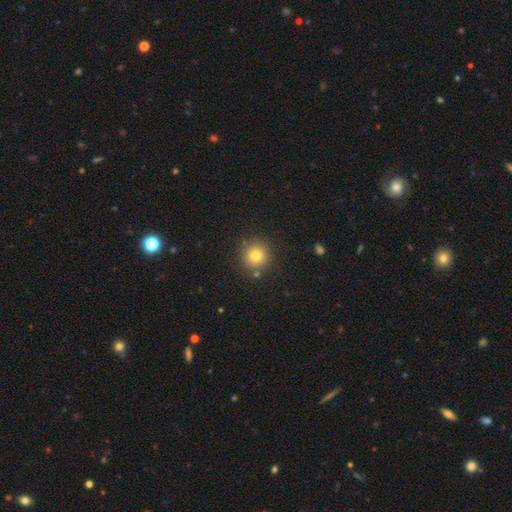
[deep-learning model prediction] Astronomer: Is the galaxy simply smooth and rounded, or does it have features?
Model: smooth — 78%.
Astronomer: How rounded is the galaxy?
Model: round — 94%.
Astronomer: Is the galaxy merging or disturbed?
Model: none — 86%.